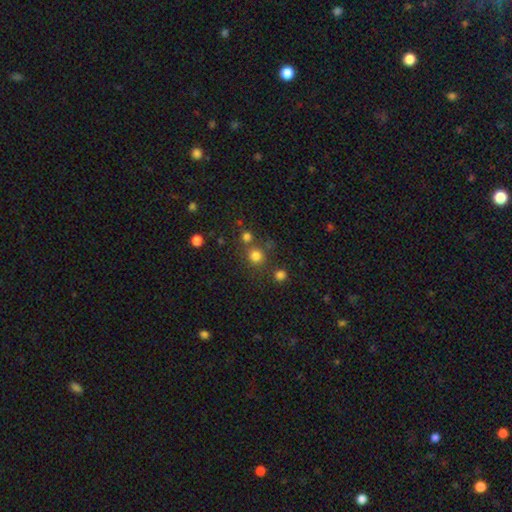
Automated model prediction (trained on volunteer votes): Smooth or featured? Predicted: smooth (p=0.78). How rounded? Predicted: round (p=0.91). Merging? Predicted: none (p=0.72).